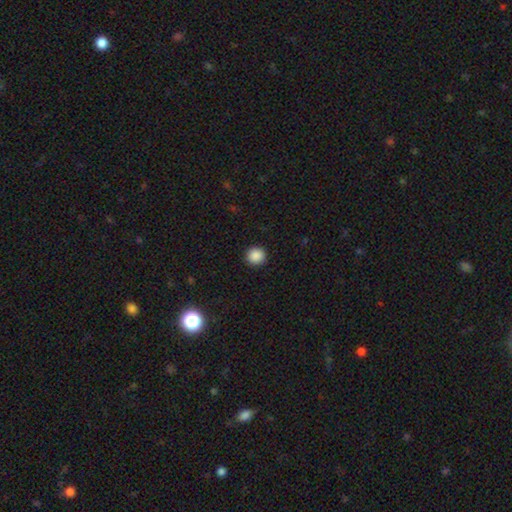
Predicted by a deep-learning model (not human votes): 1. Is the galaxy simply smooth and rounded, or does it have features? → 88% smooth, 10% star or artifact, 3% featured or disk.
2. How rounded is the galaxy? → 93% round, 6% in between, 1% cigar-shaped.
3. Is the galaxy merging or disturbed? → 93% none, 5% minor disturbance, 2% major disturbance, 1% merger.